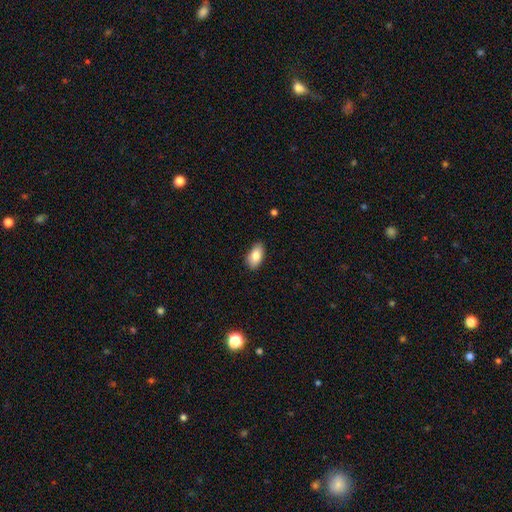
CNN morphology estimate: A smooth galaxy with no disk features (84%) that is in between round and cigar-shaped (93%).

Vote fractions:
- Smooth or featured? smooth: 84% / featured or disk: 9% / star or artifact: 7%
- How rounded? in between: 93% / round: 4% / cigar-shaped: 3%
- Merging? none: 85% / minor disturbance: 12% / major disturbance: 2% / merger: 1%